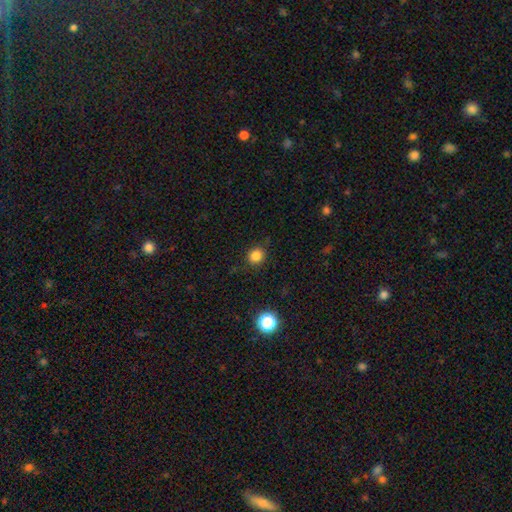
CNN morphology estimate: smooth-or-featured: smooth: 83% | star or artifact: 13% | featured or disk: 4%
  how-rounded: round: 86% | in between: 13% | cigar-shaped: 1%
  merging: none: 87% | minor disturbance: 9% | major disturbance: 3% | merger: 1%